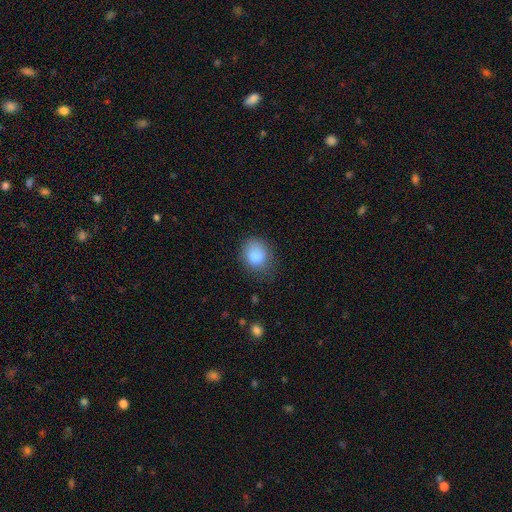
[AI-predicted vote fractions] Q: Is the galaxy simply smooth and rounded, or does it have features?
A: smooth — 86%.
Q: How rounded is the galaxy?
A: round — 61%.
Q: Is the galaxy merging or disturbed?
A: none — 66%.